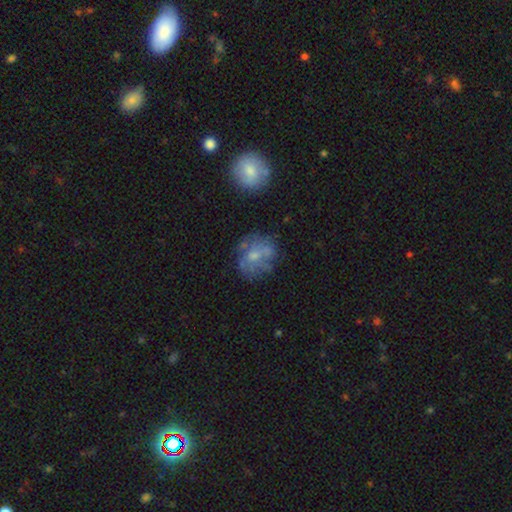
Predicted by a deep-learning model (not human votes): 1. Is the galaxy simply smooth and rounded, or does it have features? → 45% featured or disk (tied), 45% smooth (tied), 10% star or artifact.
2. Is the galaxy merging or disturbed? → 53% none, 22% minor disturbance, 17% major disturbance, 9% merger.